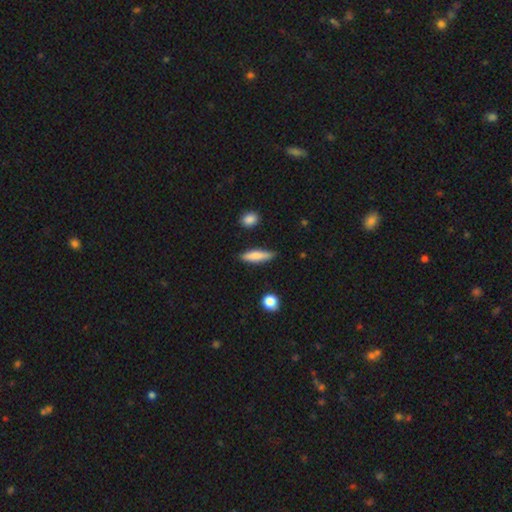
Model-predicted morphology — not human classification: A smooth galaxy with no disk features (76%) that is cigar-shaped (70%). Merging: none (82%).